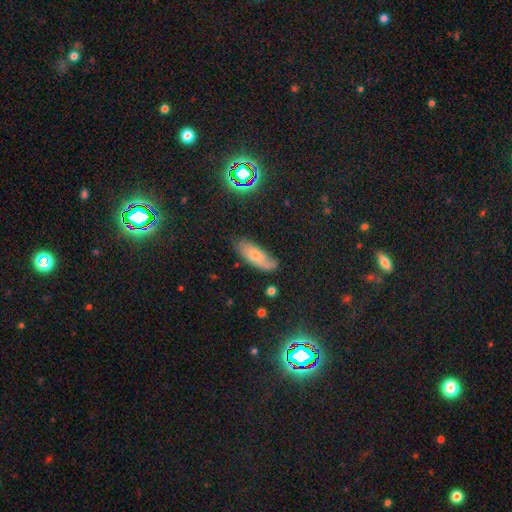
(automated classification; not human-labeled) smooth-or-featured: smooth: 56% | featured or disk: 33% | star or artifact: 11%
  how-rounded: in between: 75% | cigar-shaped: 22% | round: 3%
  merging: none: 63% | minor disturbance: 27% | major disturbance: 8% | merger: 3%